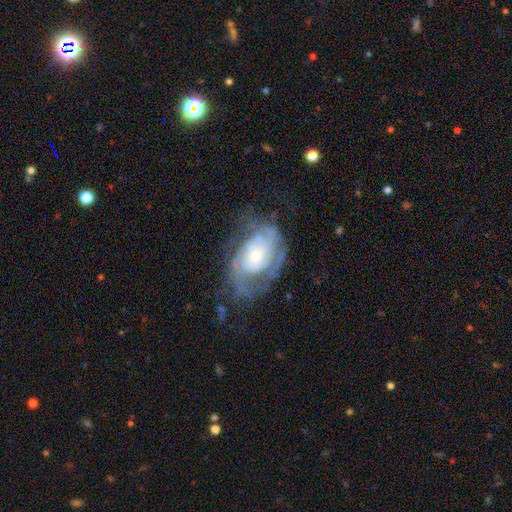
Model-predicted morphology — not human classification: Smooth or featured?
  - featured or disk: 82% *
  - smooth: 12%
  - star or artifact: 6%
Edge-on disk?
  - no: 96% *
  - yes: 4%
Bar?
  - no: 72% *
  - weak: 23%
  - strong: 5%
Spiral arms?
  - yes: 90% *
  - no: 10%
Spiral winding?
  - tight: 57% *
  - medium: 32%
  - loose: 11%
Spiral arm count?
  - can't tell: 40% *
  - 2: 30%
  - 3: 14%
  - 4: 7%
  - 1: 5%
  - more than 4: 4%
Bulge size?
  - small: 51% *
  - moderate: 42%
  - large: 5%
  - none: 2%
  - dominant: 1%
Merging?
  - none: 56% *
  - minor disturbance: 23%
  - major disturbance: 19%
  - merger: 2%